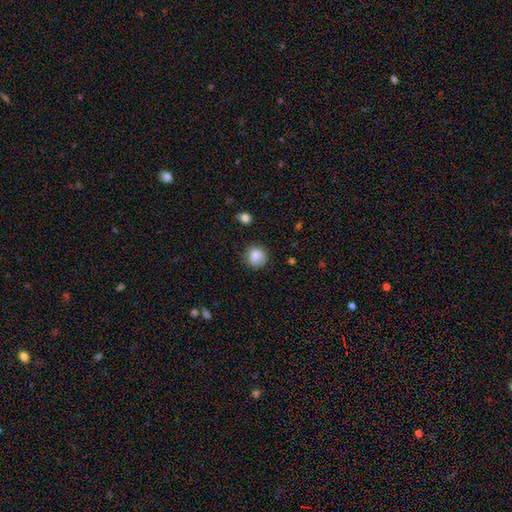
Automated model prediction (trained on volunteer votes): Smooth or featured: smooth — 83% (star or artifact — 9%)
How rounded: round — 84% (in between — 15%)
Merging: none — 73% (minor disturbance — 19%)